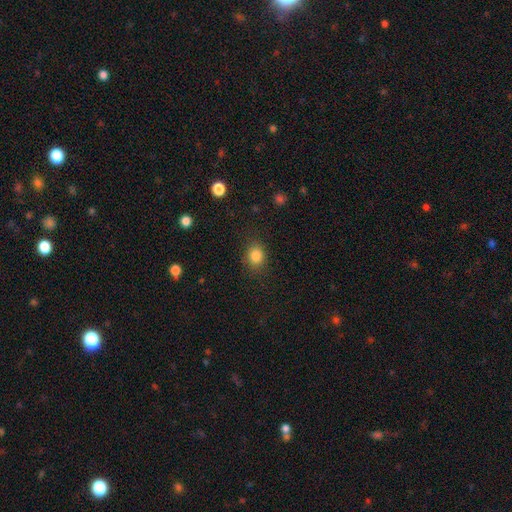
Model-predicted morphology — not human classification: A smooth galaxy with no disk features (84%) that is round (56%).

Vote fractions:
- Smooth or featured? smooth: 84% / star or artifact: 11% / featured or disk: 5%
- How rounded? round: 56% / in between: 43% / cigar-shaped: 1%
- Merging? none: 84% / minor disturbance: 11% / major disturbance: 4% / merger: 1%